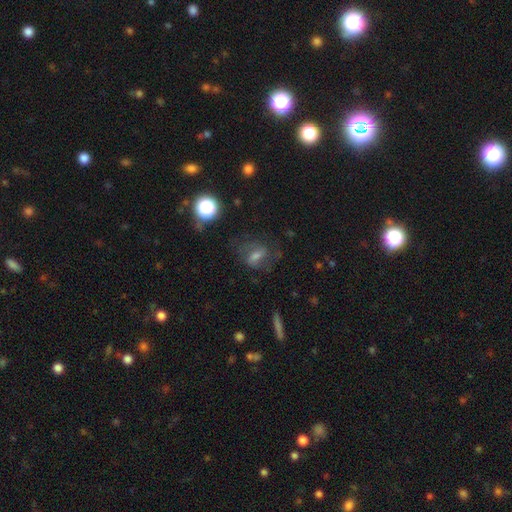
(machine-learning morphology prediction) This is possibly a featured or disk galaxy (49%). Merging: likely none (65%).